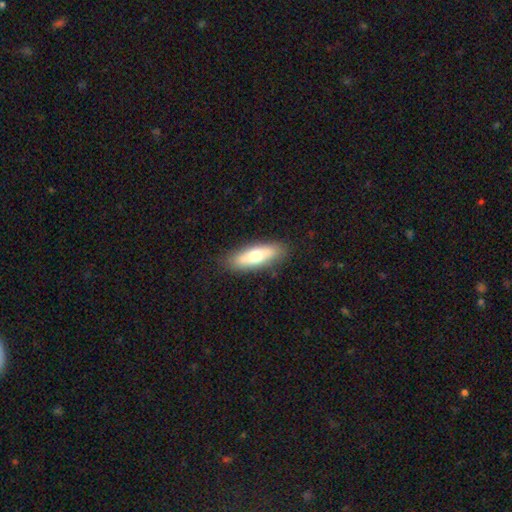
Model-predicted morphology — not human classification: Overall: smooth (64%; featured or disk 29%). How rounded: in between (60%; cigar-shaped 38%). Merging: none (85%).